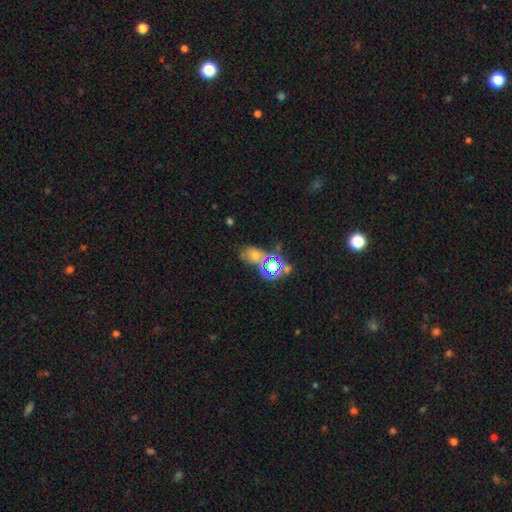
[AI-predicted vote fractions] Q: Smooth or featured?
A: star or artifact (55%); runner-up: smooth (29%)